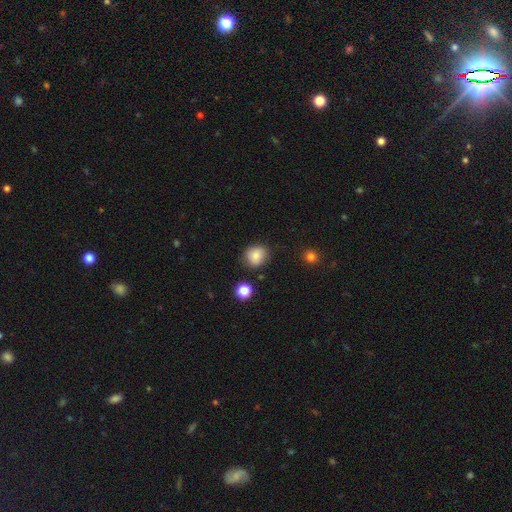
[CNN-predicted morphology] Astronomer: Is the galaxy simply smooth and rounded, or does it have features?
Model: smooth — 82%.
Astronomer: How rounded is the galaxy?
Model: round — 80%.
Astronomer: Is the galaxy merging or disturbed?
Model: none — 80%.